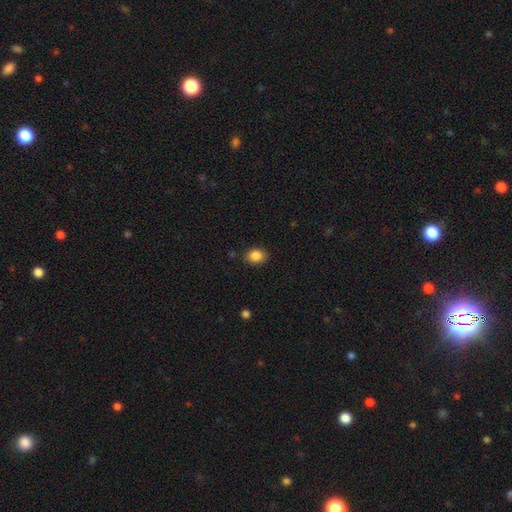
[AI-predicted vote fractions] A smooth galaxy with no disk features (86%) that is in between round and cigar-shaped (60%).

Vote fractions:
- Smooth or featured? smooth: 86% / star or artifact: 9% / featured or disk: 5%
- How rounded? in between: 60% / round: 39% / cigar-shaped: 1%
- Merging? none: 86% / minor disturbance: 10% / major disturbance: 2% / merger: 1%